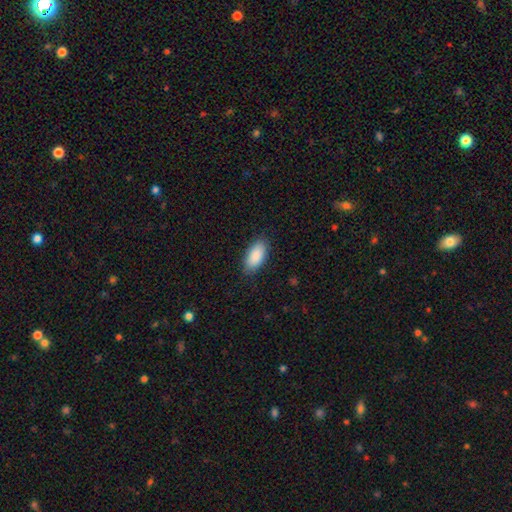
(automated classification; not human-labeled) This is clearly a smooth galaxy (90%). How rounded: clearly in between (93%). Merging: clearly none (85%).